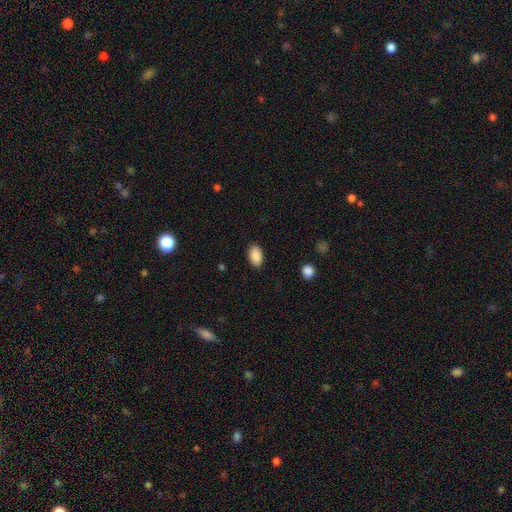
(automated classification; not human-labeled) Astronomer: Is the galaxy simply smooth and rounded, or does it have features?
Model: smooth — 90%.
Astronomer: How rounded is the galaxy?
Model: in between — 93%.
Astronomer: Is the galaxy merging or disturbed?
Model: none — 88%.